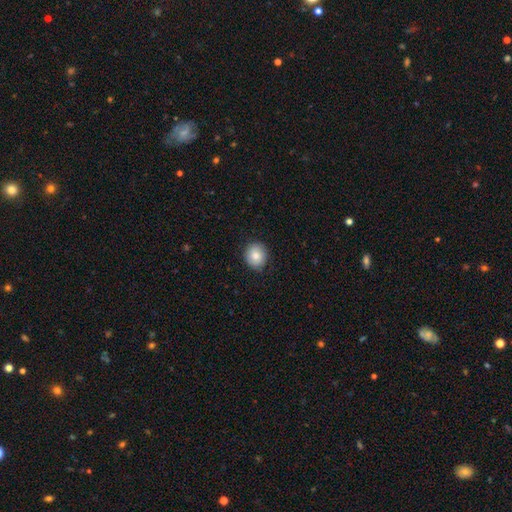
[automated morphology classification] Smooth or featured: smooth — 80% (featured or disk — 12%)
How rounded: round — 80% (in between — 19%)
Merging: none — 87% (minor disturbance — 10%)